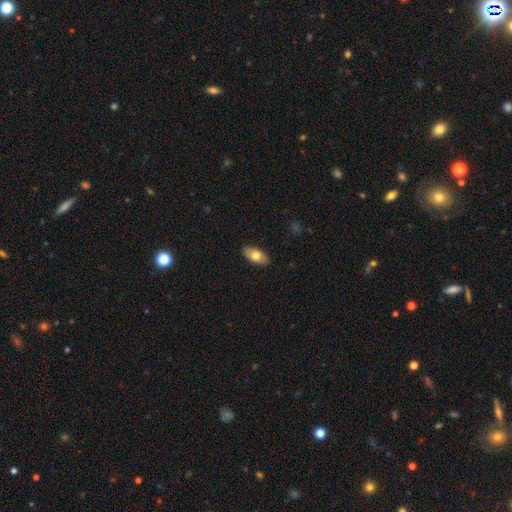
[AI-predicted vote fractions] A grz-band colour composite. It shows a smooth galaxy with no disk features (73%) that is in between round and cigar-shaped (92%). Merging: none (89%).